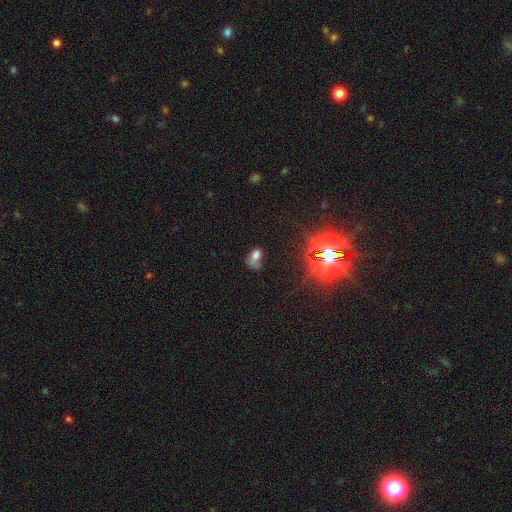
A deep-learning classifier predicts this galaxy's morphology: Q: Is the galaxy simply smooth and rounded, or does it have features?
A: smooth — 60%.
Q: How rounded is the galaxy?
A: in between — 76%.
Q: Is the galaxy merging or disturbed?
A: none — 32%.